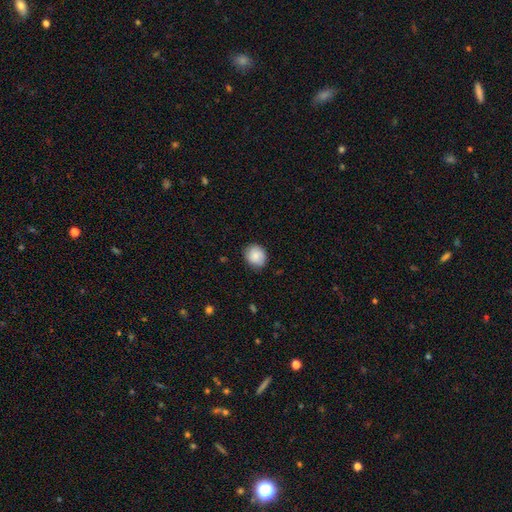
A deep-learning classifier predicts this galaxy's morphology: A smooth galaxy with no disk features (85%) that is round (68%).

Vote fractions:
- Smooth or featured? smooth: 85% / featured or disk: 8% / star or artifact: 7%
- How rounded? round: 68% / in between: 31% / cigar-shaped: 1%
- Merging? none: 83% / minor disturbance: 14% / major disturbance: 3% / merger: 1%